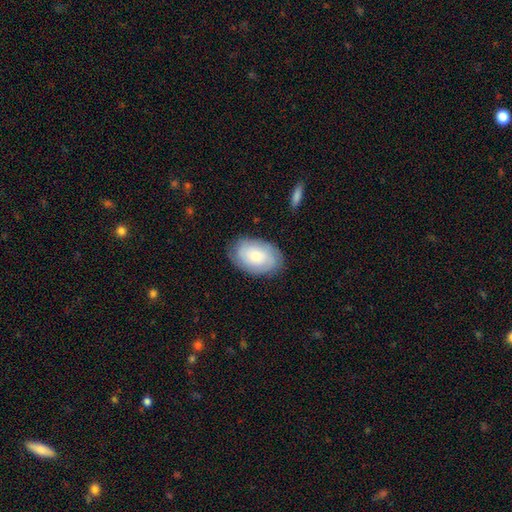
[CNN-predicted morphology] A smooth galaxy with no disk features (53%) that is in between round and cigar-shaped (90%). Merging: none (81%).